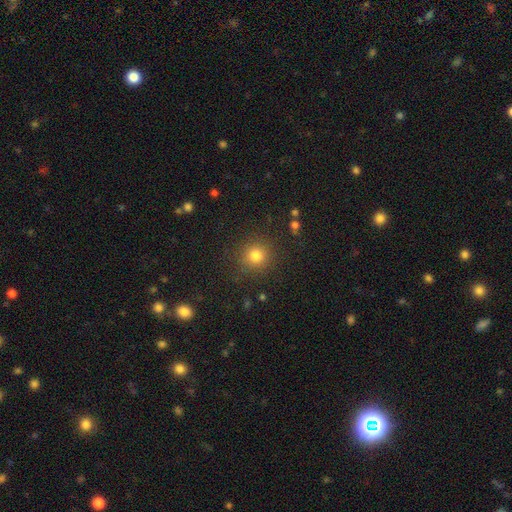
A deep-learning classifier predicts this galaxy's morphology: A smooth galaxy with no disk features (80%) that is round (93%).

Vote fractions:
- Smooth or featured? smooth: 80% / star or artifact: 14% / featured or disk: 6%
- How rounded? round: 93% / in between: 6% / cigar-shaped: 1%
- Merging? none: 88% / minor disturbance: 7% / major disturbance: 3% / merger: 2%